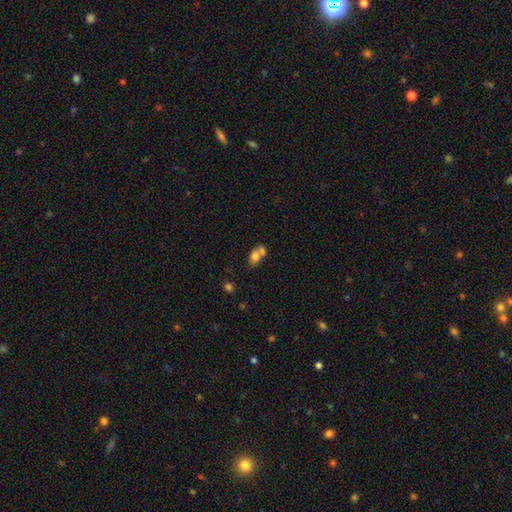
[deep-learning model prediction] Q: Smooth or featured?
A: smooth (73%); runner-up: featured or disk (17%)
Q: How rounded?
A: in between (70%); runner-up: round (28%)
Q: Merging?
A: merger (58%); runner-up: none (27%)